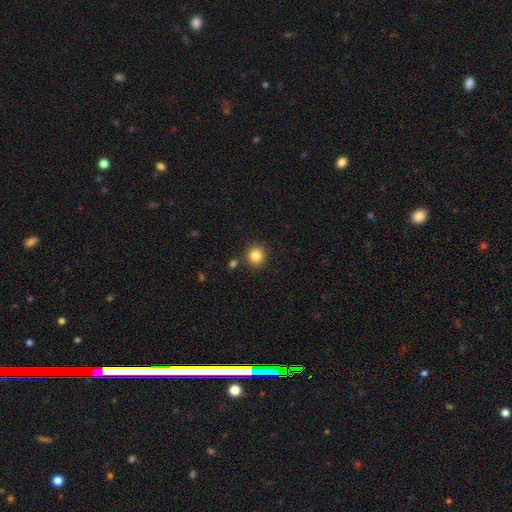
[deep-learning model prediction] smooth 84%, star or artifact 11%, featured or disk 5%. Down the decision tree: how rounded — round (91%); merging — none (88%).